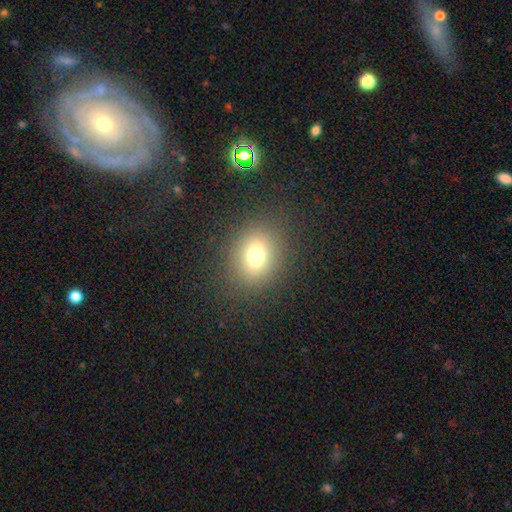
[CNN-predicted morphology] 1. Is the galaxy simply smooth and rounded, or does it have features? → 73% smooth, 16% star or artifact, 10% featured or disk.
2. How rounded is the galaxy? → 59% round, 40% in between, 1% cigar-shaped.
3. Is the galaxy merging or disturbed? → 85% none, 8% minor disturbance, 5% major disturbance, 1% merger.